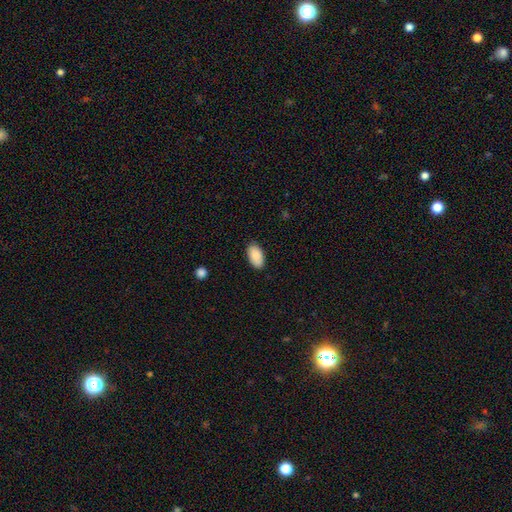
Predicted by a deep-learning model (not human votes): This appears to be a smooth galaxy with no disk features (90%) that is in between round and cigar-shaped (96%). Merging: none (87%).